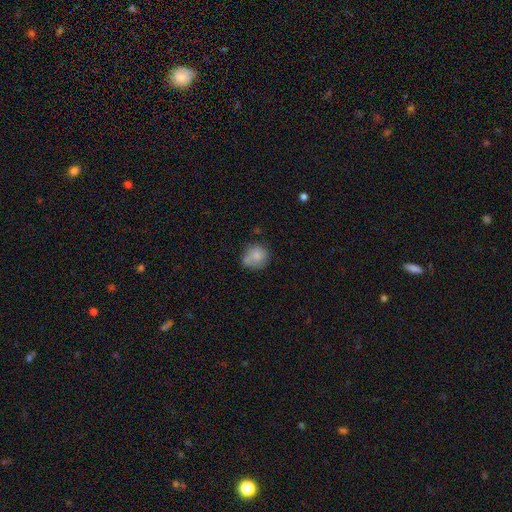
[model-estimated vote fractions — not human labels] Smooth or featured?
  - smooth: 77% *
  - featured or disk: 14%
  - star or artifact: 9%
How rounded?
  - round: 74% *
  - in between: 25%
  - cigar-shaped: 1%
Merging?
  - none: 55% *
  - minor disturbance: 26%
  - merger: 11%
  - major disturbance: 9%